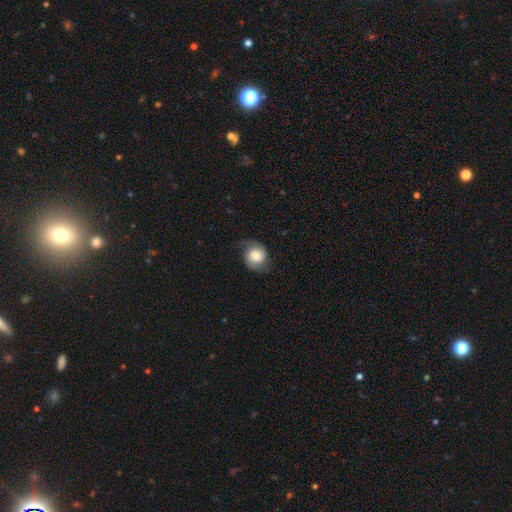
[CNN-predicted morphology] smooth_or_featured: featured or disk (p=0.48) [alt: smooth p=0.44]
merging: none (p=0.65) [alt: minor disturbance p=0.23]